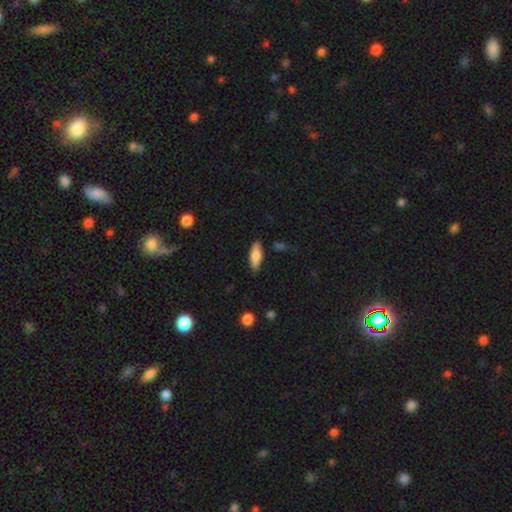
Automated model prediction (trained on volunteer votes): smooth 78%, featured or disk 16%, star or artifact 6%. Down the decision tree: how rounded — in between (63%); merging — none (85%).